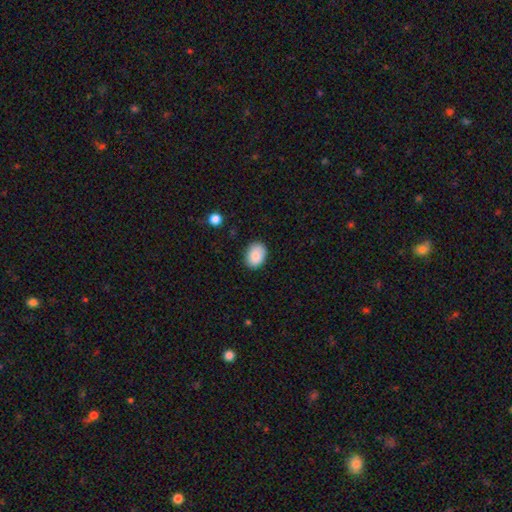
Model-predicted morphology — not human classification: smooth_or_featured: smooth (p=0.88) [alt: star or artifact p=0.07]
how_rounded: in between (p=0.69) [alt: round p=0.30]
merging: none (p=0.84) [alt: minor disturbance p=0.12]